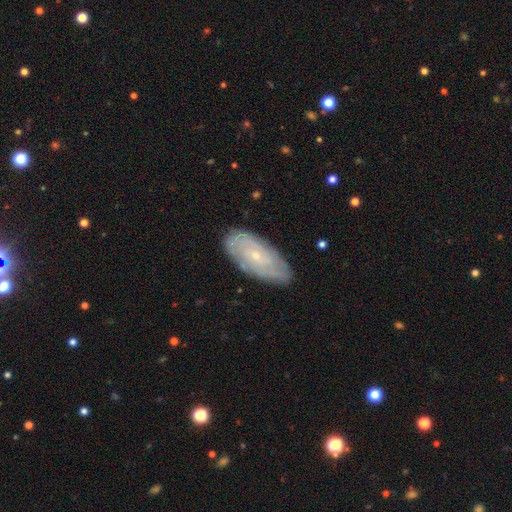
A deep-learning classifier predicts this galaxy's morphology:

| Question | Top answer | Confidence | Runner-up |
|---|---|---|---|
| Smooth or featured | featured or disk | 64% | smooth (29%) |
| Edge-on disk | no | 90% | yes (10%) |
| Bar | no | 72% | weak (23%) |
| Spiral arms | yes | 81% | no (19%) |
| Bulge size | small | 82% | moderate (13%) |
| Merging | none | 82% | minor disturbance (14%) |